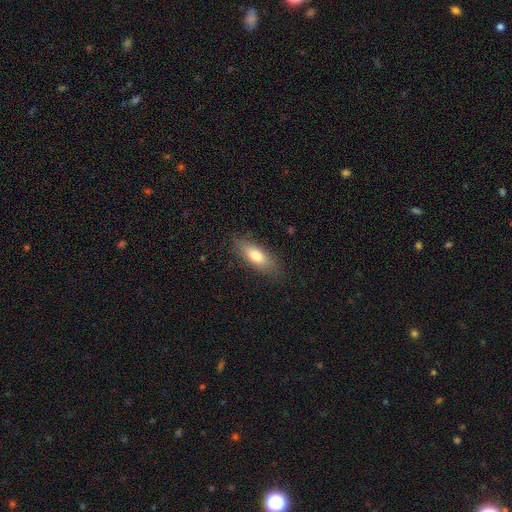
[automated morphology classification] smooth-or-featured: smooth: 75% | featured or disk: 18% | star or artifact: 7%
  how-rounded: in between: 66% | cigar-shaped: 31% | round: 3%
  merging: none: 83% | minor disturbance: 12% | major disturbance: 3% | merger: 1%